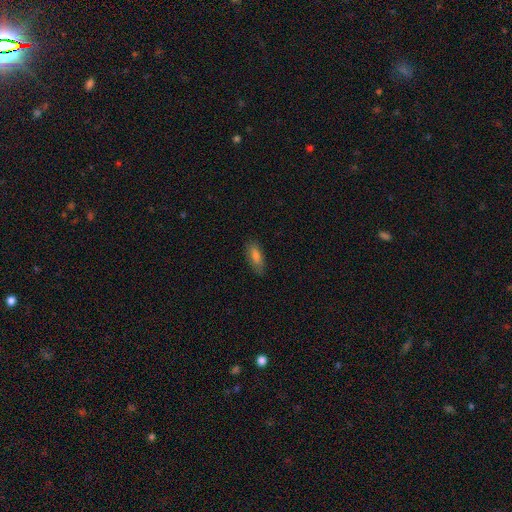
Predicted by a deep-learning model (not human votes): Smooth or featured?
  - smooth: 79% *
  - featured or disk: 13%
  - star or artifact: 8%
How rounded?
  - in between: 69% *
  - cigar-shaped: 29%
  - round: 2%
Merging?
  - none: 81% *
  - minor disturbance: 14%
  - major disturbance: 3%
  - merger: 1%